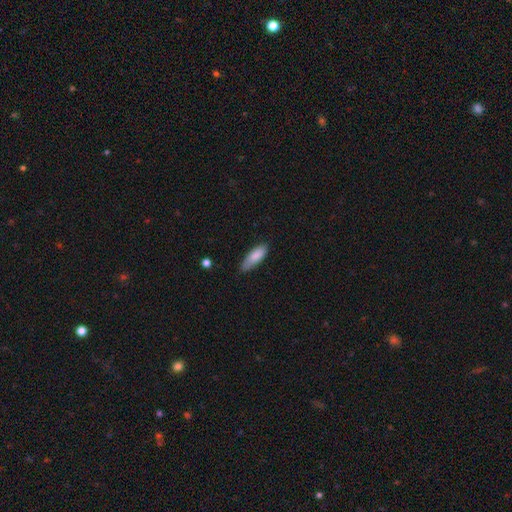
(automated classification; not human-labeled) Overall: smooth (84%). How rounded: in between (63%; cigar-shaped 35%). Merging: none (75%).